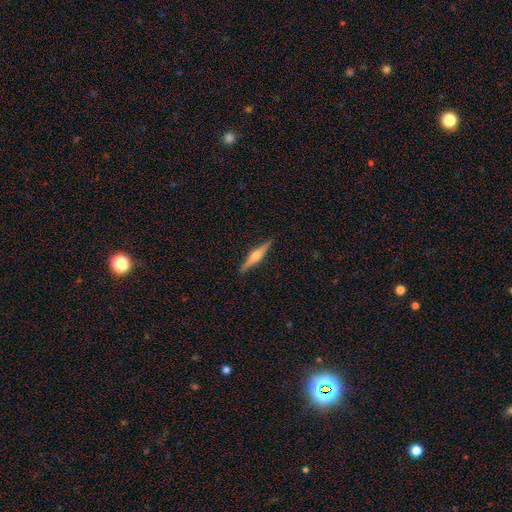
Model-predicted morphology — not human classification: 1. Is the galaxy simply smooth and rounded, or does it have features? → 65% featured or disk, 29% smooth, 6% star or artifact.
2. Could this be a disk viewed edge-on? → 97% yes, 3% no.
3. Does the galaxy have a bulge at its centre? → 84% rounded, 10% boxy, 5% none.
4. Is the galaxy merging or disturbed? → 90% none, 7% minor disturbance, 2% major disturbance, 1% merger.